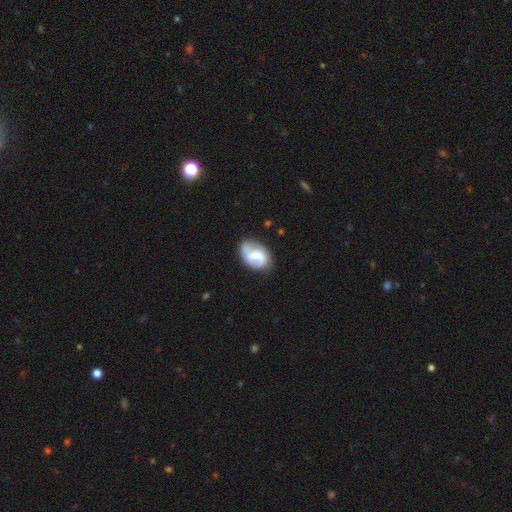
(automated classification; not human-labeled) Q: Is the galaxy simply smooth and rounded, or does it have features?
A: featured or disk — 50%.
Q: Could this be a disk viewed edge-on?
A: no — 97%.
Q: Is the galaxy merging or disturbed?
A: none — 64%.